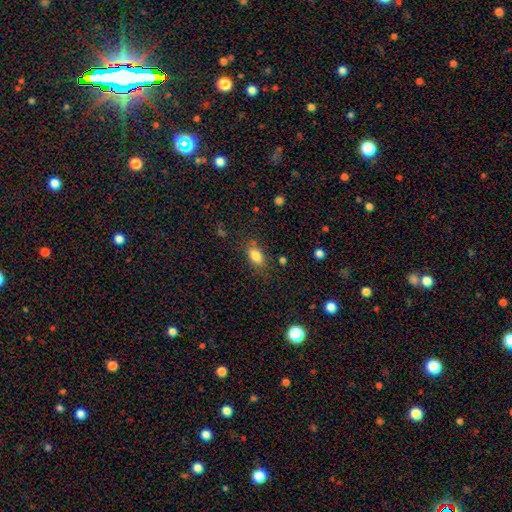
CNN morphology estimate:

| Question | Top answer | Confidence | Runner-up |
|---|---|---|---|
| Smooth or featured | smooth | 82% | star or artifact (10%) |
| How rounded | in between | 83% | round (13%) |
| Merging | none | 74% | minor disturbance (18%) |